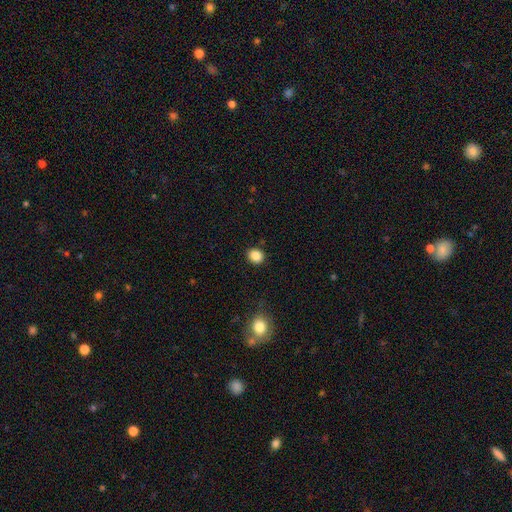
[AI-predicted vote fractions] Smooth or featured?
  - smooth: 87% *
  - star or artifact: 10%
  - featured or disk: 4%
How rounded?
  - round: 65% *
  - in between: 34%
  - cigar-shaped: 1%
Merging?
  - none: 89% *
  - minor disturbance: 7%
  - major disturbance: 2%
  - merger: 1%